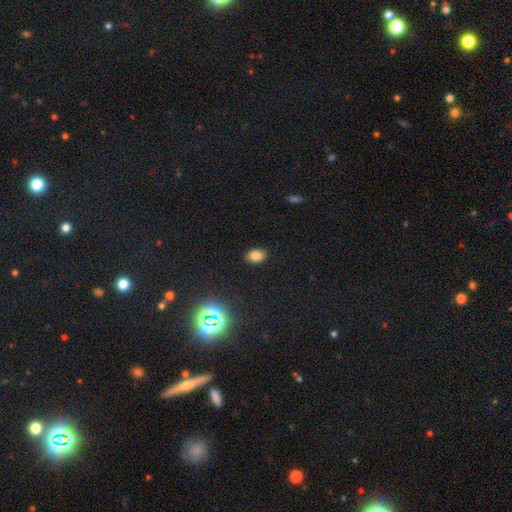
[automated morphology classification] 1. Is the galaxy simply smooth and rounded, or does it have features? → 80% smooth, 14% star or artifact, 6% featured or disk.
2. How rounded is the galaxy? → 84% in between, 15% round, 1% cigar-shaped.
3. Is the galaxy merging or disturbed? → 87% none, 9% minor disturbance, 2% major disturbance, 1% merger.